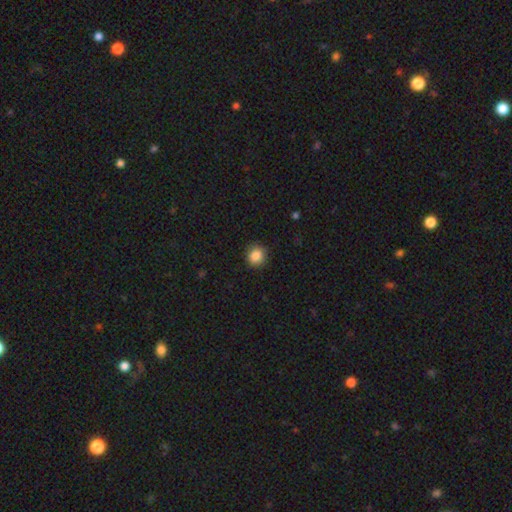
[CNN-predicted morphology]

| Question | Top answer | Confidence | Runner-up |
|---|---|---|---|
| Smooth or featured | smooth | 87% | star or artifact (10%) |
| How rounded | round | 86% | in between (13%) |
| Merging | none | 89% | minor disturbance (8%) |